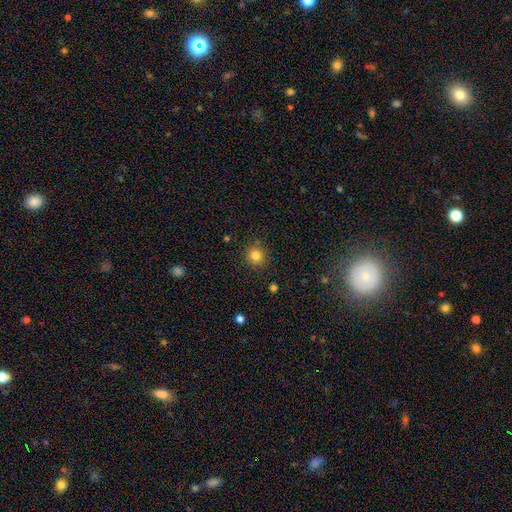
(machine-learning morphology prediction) smooth_or_featured: smooth (p=0.82) [alt: star or artifact p=0.12]
how_rounded: round (p=0.93) [alt: in between p=0.06]
merging: none (p=0.88) [alt: minor disturbance p=0.07]